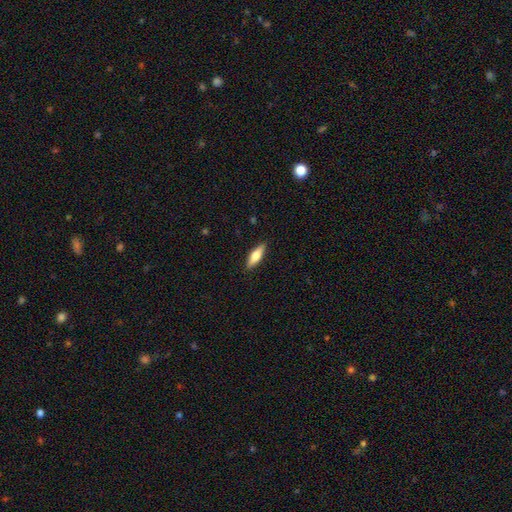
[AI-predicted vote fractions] Smooth or featured? smooth (60%)
How rounded? cigar-shaped (52%)
Merging? none (89%)